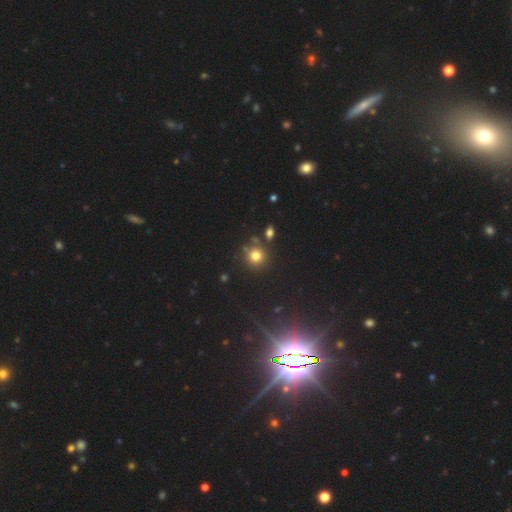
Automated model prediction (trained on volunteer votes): This appears to be a smooth galaxy with no disk features (74%) that is round (91%). Merging: none (77%).